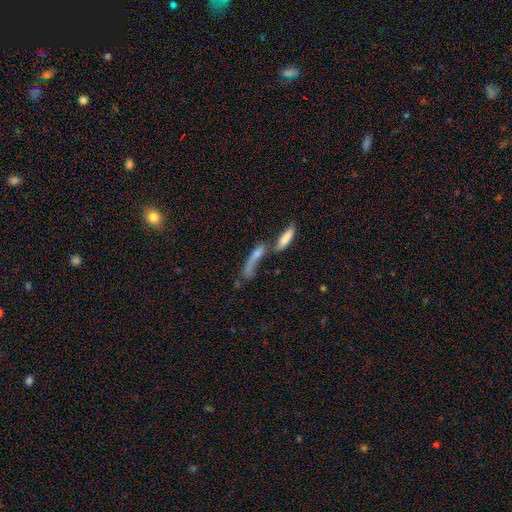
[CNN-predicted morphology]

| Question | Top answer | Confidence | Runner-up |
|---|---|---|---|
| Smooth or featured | smooth | 54% | featured or disk (34%) |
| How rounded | cigar-shaped | 73% | in between (23%) |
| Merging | merger | 54% | none (25%) |